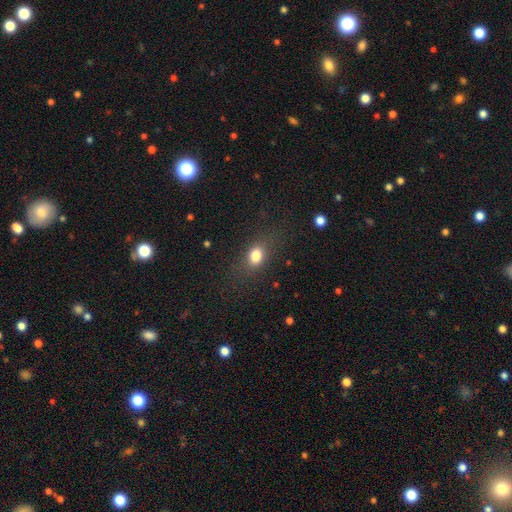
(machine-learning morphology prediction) Smooth or featured? smooth (79%)
How rounded? in between (70%)
Merging? none (76%)